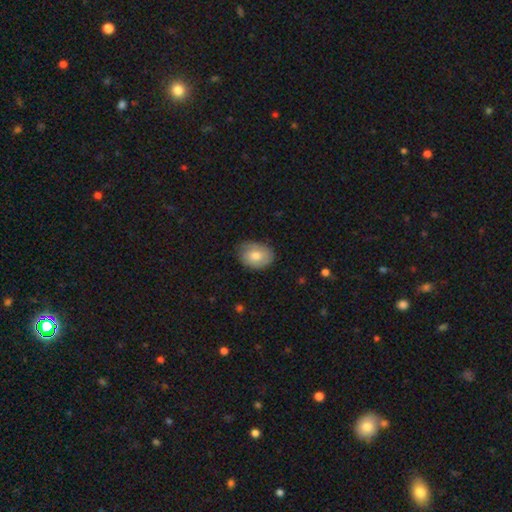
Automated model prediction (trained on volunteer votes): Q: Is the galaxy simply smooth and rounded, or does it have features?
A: smooth — 72%.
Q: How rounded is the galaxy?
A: in between — 69%.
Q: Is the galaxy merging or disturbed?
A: none — 73%.